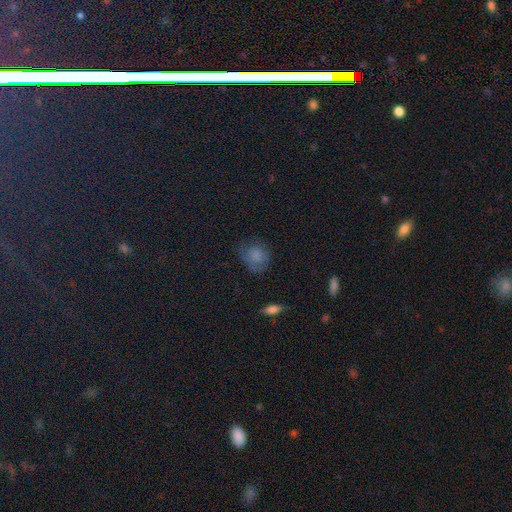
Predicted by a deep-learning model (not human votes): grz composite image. It shows a smooth galaxy with no disk features (75%) that is round (71%). Merging: none (61%).